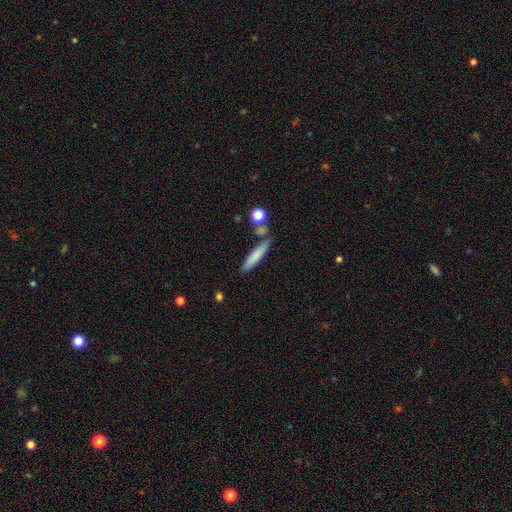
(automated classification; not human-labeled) Smooth or featured: smooth — 76% (featured or disk — 17%)
How rounded: cigar-shaped — 87% (in between — 11%)
Merging: none — 76% (minor disturbance — 13%)